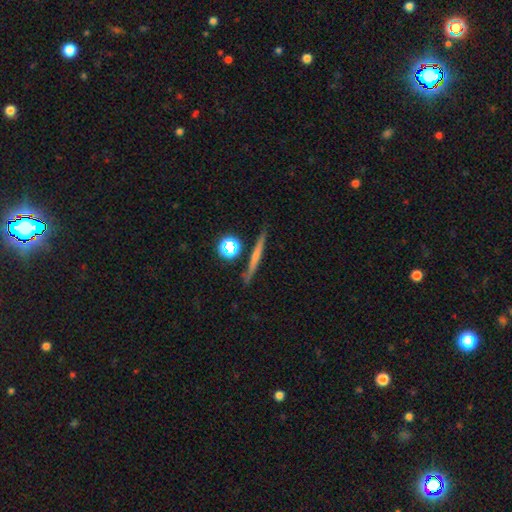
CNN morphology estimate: Smooth or featured?
  - featured or disk: 51% *
  - smooth: 38%
  - star or artifact: 11%
Edge-on disk?
  - yes: 95% *
  - no: 5%
Merging?
  - none: 86% *
  - minor disturbance: 8%
  - merger: 4%
  - major disturbance: 2%